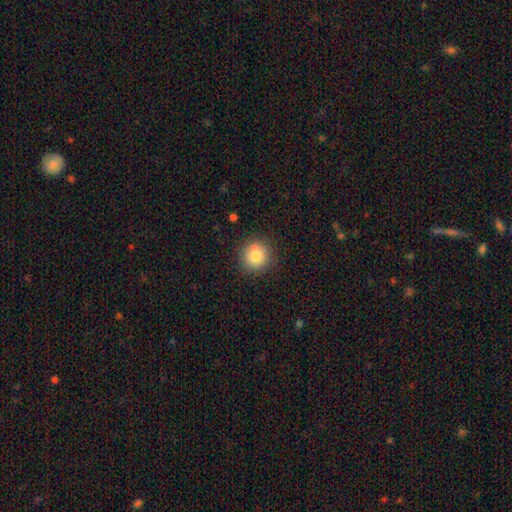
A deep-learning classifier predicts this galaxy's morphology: smooth-or-featured: smooth: 82% | star or artifact: 10% | featured or disk: 8%
  how-rounded: round: 93% | in between: 6% | cigar-shaped: 1%
  merging: none: 88% | minor disturbance: 8% | major disturbance: 2% | merger: 1%